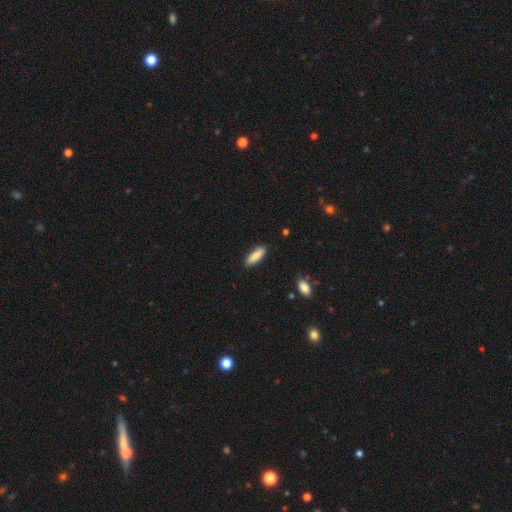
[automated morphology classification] A smooth galaxy with no disk features (87%) that is cigar-shaped (55%). Merging: none (86%).